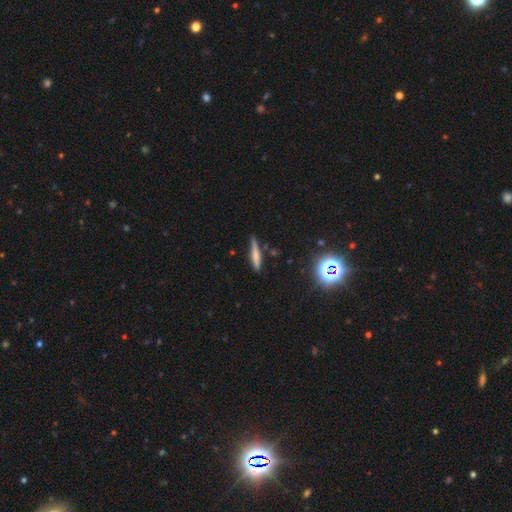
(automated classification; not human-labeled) This is possibly a smooth galaxy (59%). How rounded: clearly cigar-shaped (87%). Merging: likely none (77%).